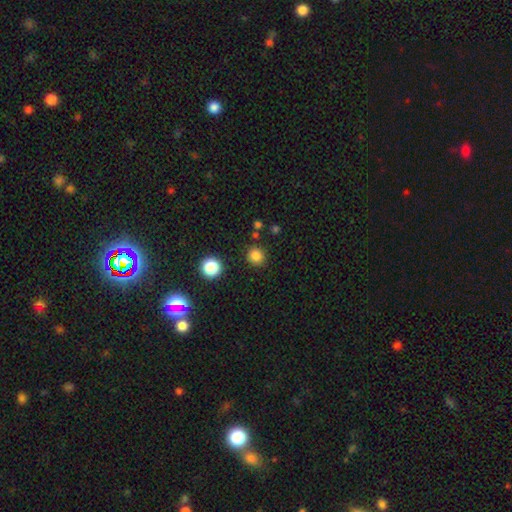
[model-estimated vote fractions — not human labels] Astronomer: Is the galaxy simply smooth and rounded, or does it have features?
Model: smooth — 82%.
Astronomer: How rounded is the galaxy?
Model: round — 91%.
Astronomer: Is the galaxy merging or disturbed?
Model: none — 88%.